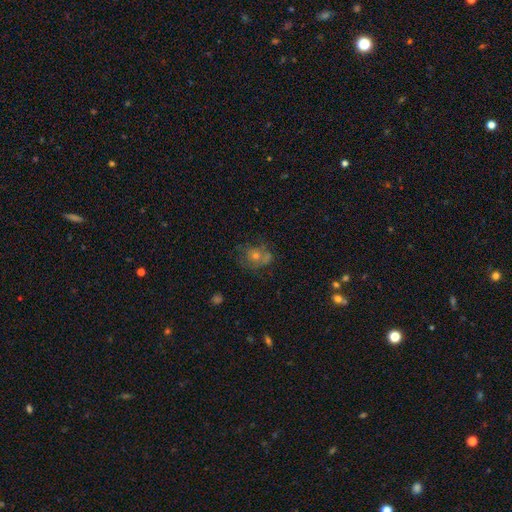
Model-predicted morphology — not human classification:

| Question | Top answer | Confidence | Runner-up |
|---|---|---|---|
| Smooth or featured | smooth | 45% | featured or disk (43%) |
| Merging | none | 46% | minor disturbance (24%) |